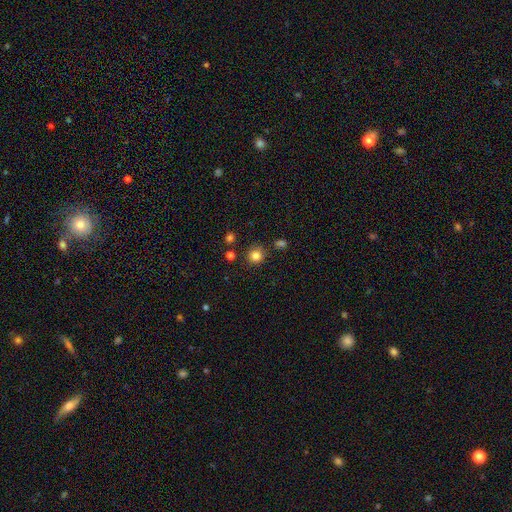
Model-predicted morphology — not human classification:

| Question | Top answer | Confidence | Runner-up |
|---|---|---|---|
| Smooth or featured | smooth | 83% | star or artifact (12%) |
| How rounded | round | 89% | in between (10%) |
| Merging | none | 83% | minor disturbance (9%) |